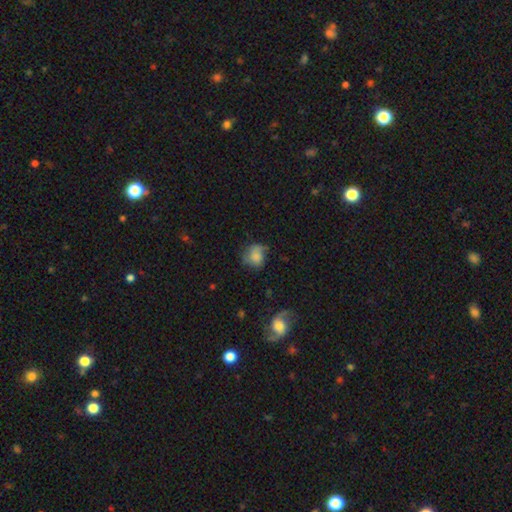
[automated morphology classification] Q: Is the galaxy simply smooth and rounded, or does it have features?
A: smooth — 73%.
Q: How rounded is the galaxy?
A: round — 64%.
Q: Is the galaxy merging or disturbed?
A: none — 50%.